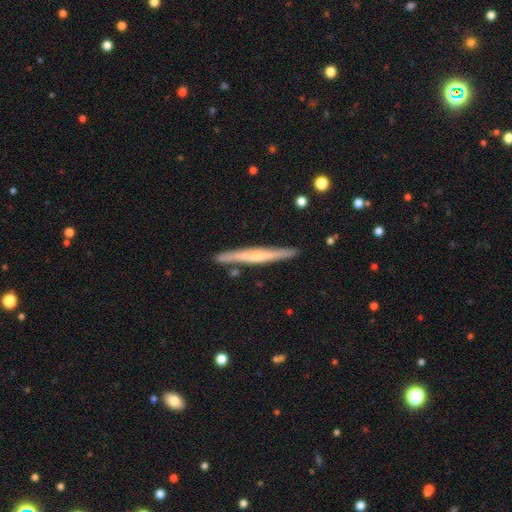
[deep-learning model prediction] Q: Smooth or featured?
A: featured or disk (64%); runner-up: smooth (31%)
Q: Edge-on disk?
A: yes (97%); runner-up: no (3%)
Q: Edge-on bulge?
A: rounded (54%); runner-up: none (38%)
Q: Merging?
A: none (87%); runner-up: minor disturbance (9%)